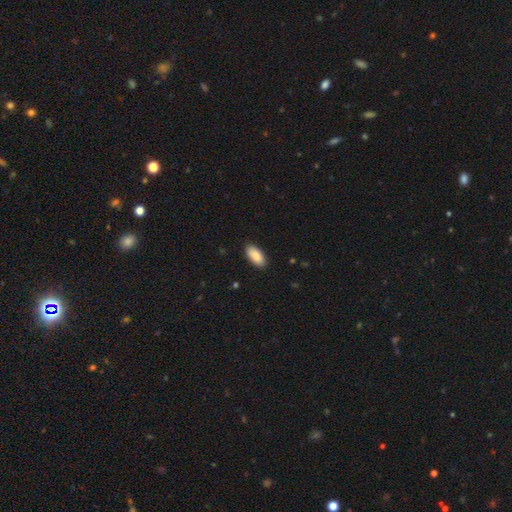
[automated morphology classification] Smooth or featured? smooth (87%)
How rounded? in between (92%)
Merging? none (89%)